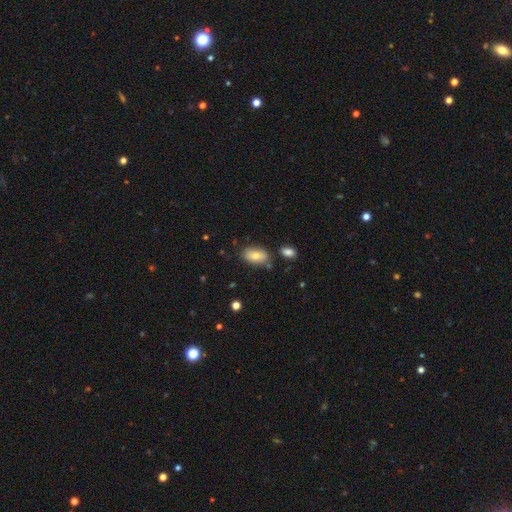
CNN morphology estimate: smooth-or-featured: smooth: 76% | featured or disk: 15% | star or artifact: 9%
  how-rounded: in between: 92% | round: 6% | cigar-shaped: 2%
  merging: none: 75% | minor disturbance: 15% | merger: 7% | major disturbance: 3%